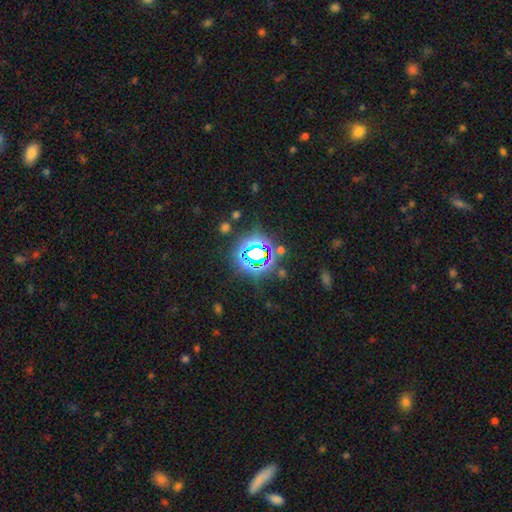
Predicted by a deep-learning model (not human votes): smooth-or-featured: star or artifact: 74% | smooth: 16% | featured or disk: 11%